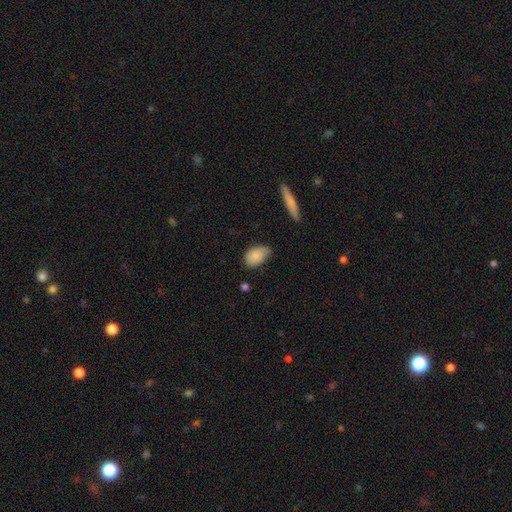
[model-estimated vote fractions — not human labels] Smooth or featured? smooth (84%)
How rounded? in between (89%)
Merging? none (49%)